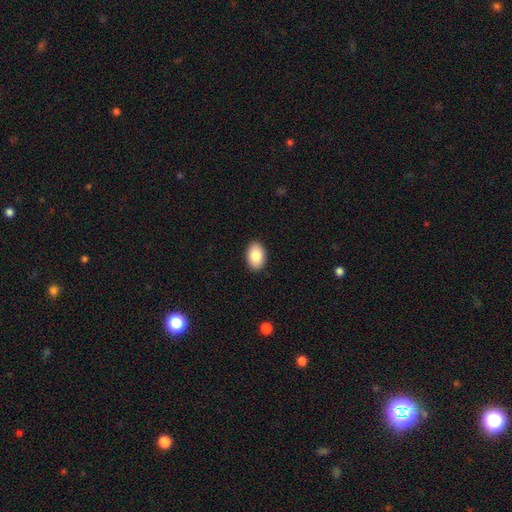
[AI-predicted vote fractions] Smooth or featured: smooth — 85% (featured or disk — 8%)
How rounded: in between — 88% (round — 11%)
Merging: none — 90% (minor disturbance — 7%)